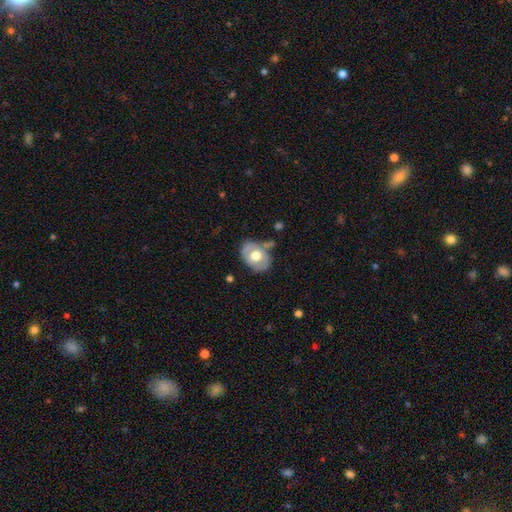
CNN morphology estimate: This appears to be a smooth galaxy with no disk features (51%) that is in between round and cigar-shaped (67%). Merging: none (65%).